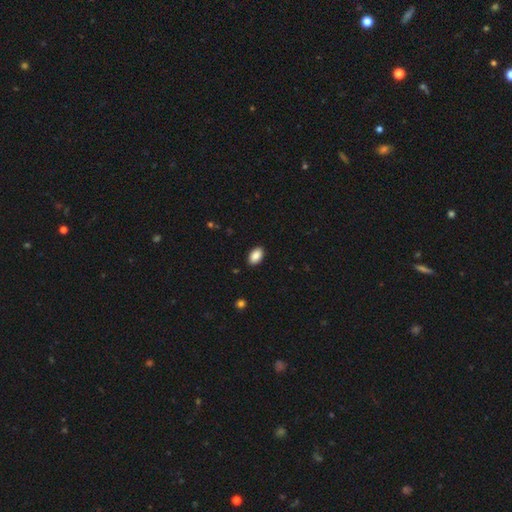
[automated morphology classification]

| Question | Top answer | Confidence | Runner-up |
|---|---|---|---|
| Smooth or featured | smooth | 88% | star or artifact (7%) |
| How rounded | in between | 92% | round (7%) |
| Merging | none | 90% | minor disturbance (7%) |